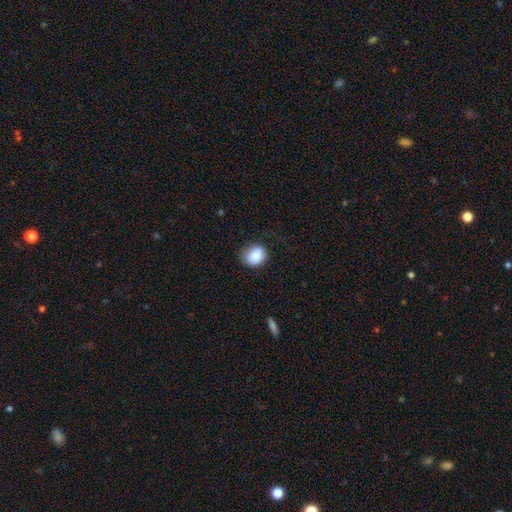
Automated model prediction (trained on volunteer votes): This is clearly a smooth galaxy (87%). How rounded: possibly round (58%). Merging: likely none (62%).